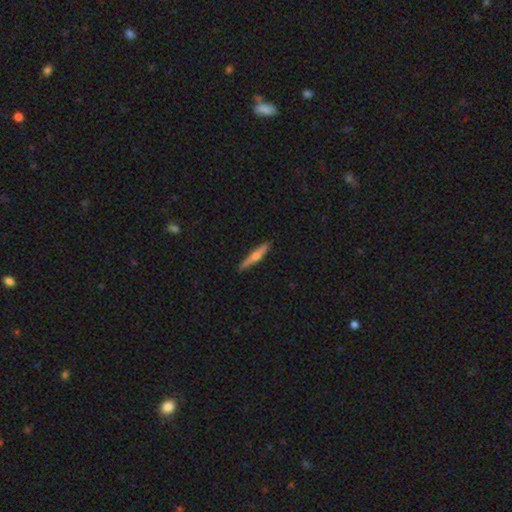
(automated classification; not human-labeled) Q: Smooth or featured?
A: featured or disk (54%); runner-up: smooth (40%)
Q: Edge-on disk?
A: yes (96%); runner-up: no (4%)
Q: Edge-on bulge?
A: rounded (83%); runner-up: none (11%)
Q: Merging?
A: none (90%); runner-up: minor disturbance (8%)